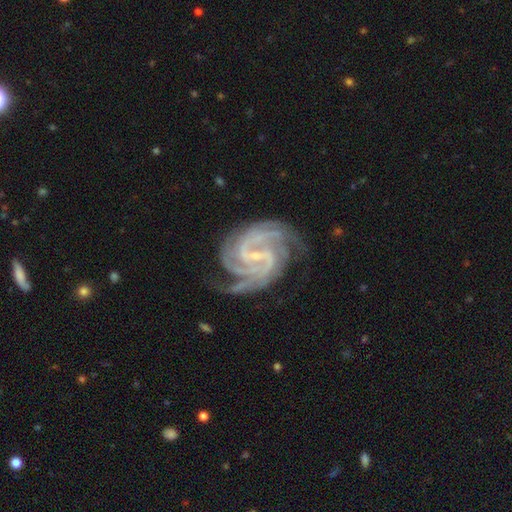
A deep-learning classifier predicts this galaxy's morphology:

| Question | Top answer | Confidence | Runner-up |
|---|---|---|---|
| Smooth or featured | featured or disk | 93% | star or artifact (4%) |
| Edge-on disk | no | 98% | yes (2%) |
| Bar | weak | 46% | strong (38%) |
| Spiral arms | yes | 99% | no (1%) |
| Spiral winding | tight | 54% | medium (41%) |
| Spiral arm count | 3 | 29% | 2 (25%) |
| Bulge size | small | 77% | moderate (11%) |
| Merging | none | 74% | minor disturbance (17%) |